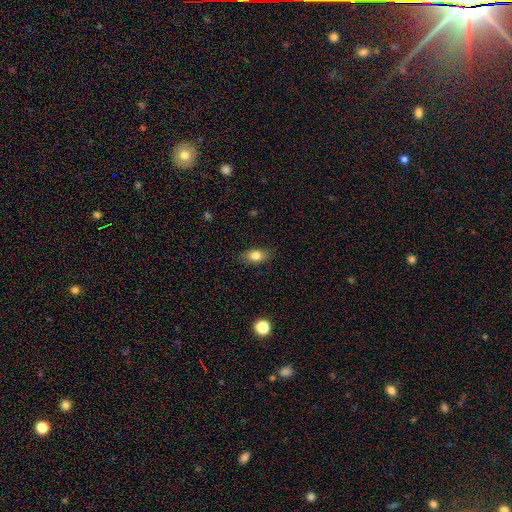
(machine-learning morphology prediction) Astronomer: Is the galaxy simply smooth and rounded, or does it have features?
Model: smooth — 79%.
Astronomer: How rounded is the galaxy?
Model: in between — 83%.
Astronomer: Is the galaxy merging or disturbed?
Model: none — 84%.